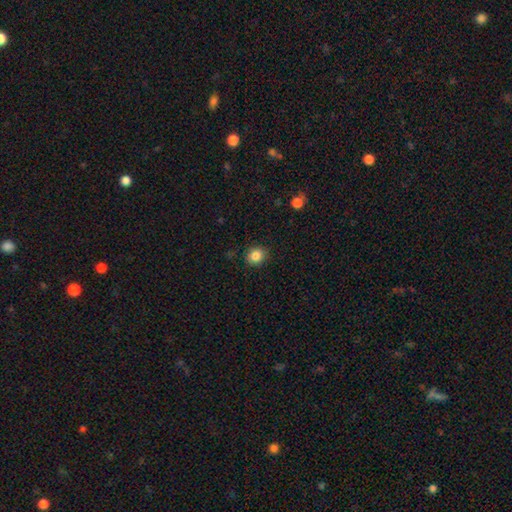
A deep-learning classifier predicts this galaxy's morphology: This appears to be a smooth galaxy with no disk features (84%) that is round (81%). Merging: none (89%).